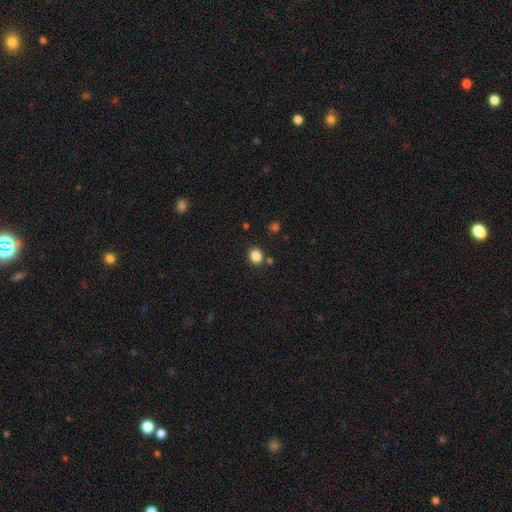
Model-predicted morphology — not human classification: smooth 86%, star or artifact 11%, featured or disk 4%. Down the decision tree: how rounded — round (56%); merging — none (82%).